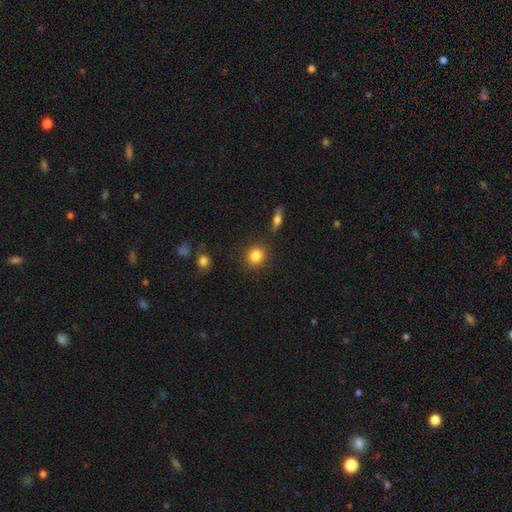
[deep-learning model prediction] smooth_or_featured: smooth (p=0.85) [alt: star or artifact p=0.09]
how_rounded: round (p=0.83) [alt: in between p=0.16]
merging: none (p=0.88) [alt: minor disturbance p=0.07]